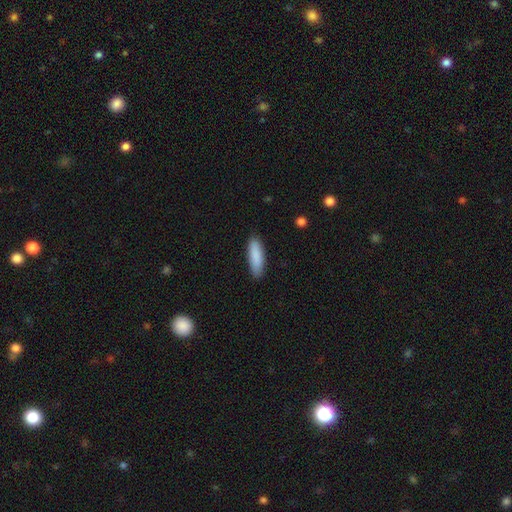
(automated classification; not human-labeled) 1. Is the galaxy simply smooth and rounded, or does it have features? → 89% smooth, 6% featured or disk, 5% star or artifact.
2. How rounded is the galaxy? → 50% in between, 48% cigar-shaped, 1% round.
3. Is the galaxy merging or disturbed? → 88% none, 10% minor disturbance, 2% major disturbance, 1% merger.